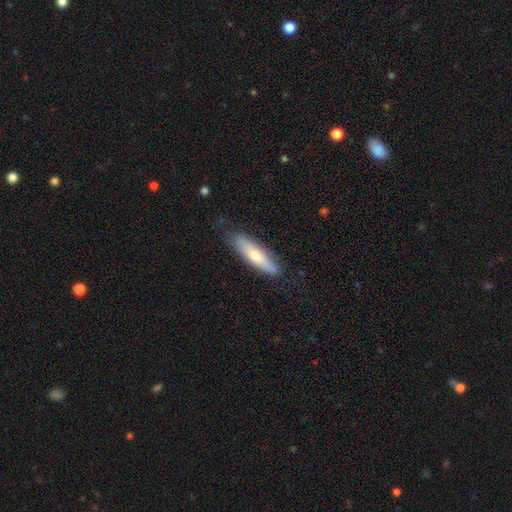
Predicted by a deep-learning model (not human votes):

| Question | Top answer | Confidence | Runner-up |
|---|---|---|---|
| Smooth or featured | smooth | 69% | featured or disk (26%) |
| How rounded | cigar-shaped | 70% | in between (29%) |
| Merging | none | 77% | minor disturbance (18%) |